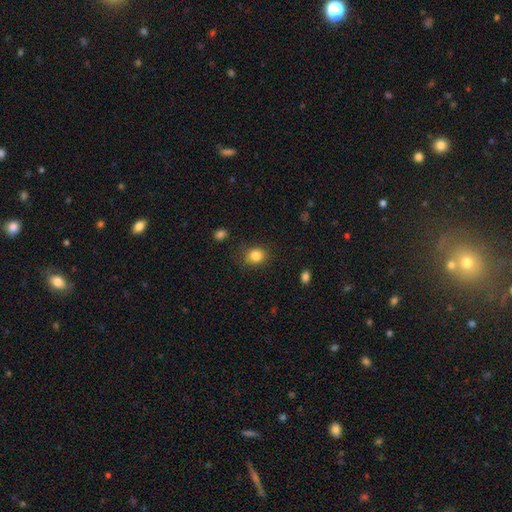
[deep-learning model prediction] smooth 84%, star or artifact 10%, featured or disk 5%. Down the decision tree: how rounded — round (66%); merging — none (82%).